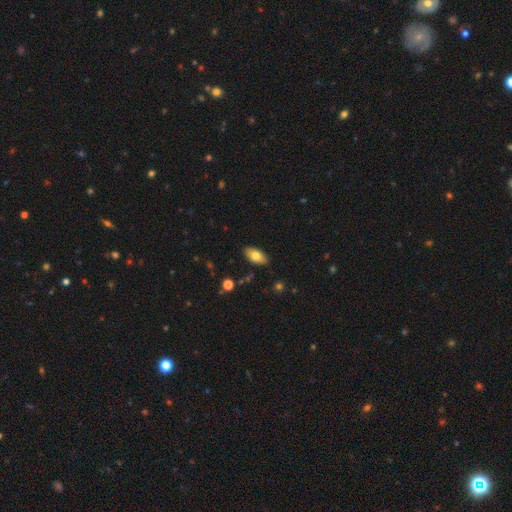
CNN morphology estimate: The model was most divided on "smooth or featured": smooth: 77%, featured or disk: 16%, star or artifact: 7%. More confident: how rounded — in between (92%); merging — none (86%).